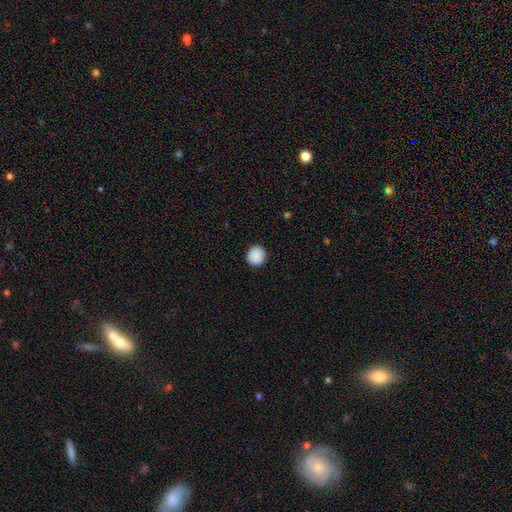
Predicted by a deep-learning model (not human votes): The model was most divided on "how rounded": round: 90%, in between: 9%, cigar-shaped: 1%. More confident: merging — none (90%); smooth or featured — smooth (89%).